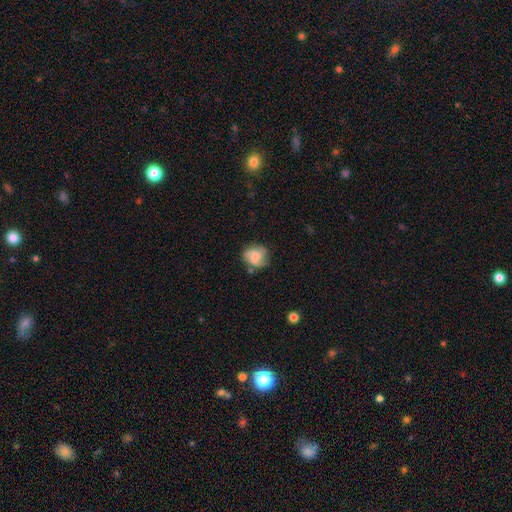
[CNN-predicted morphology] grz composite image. It shows a smooth galaxy with no disk features (59%) that is round (73%). Merging: none (62%).